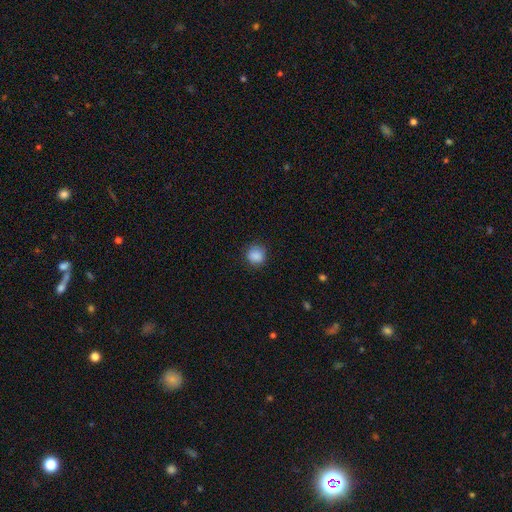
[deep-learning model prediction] The model was most divided on "merging": none: 84%, minor disturbance: 12%, major disturbance: 3%, merger: 1%. More confident: how rounded — round (89%); smooth or featured — smooth (88%).